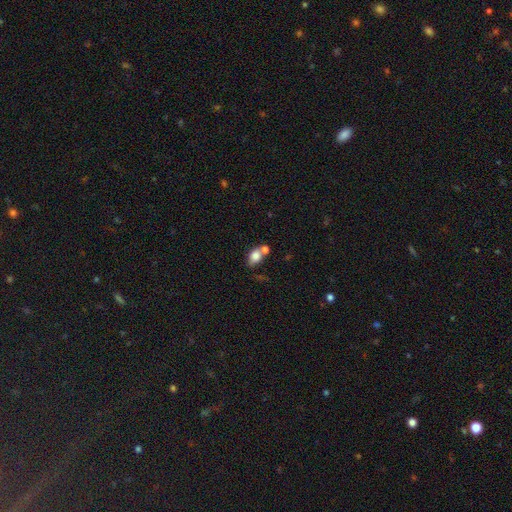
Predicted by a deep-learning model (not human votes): This appears to be a smooth galaxy with no disk features (78%) that is in between round and cigar-shaped (70%). Merging: merger (46%).